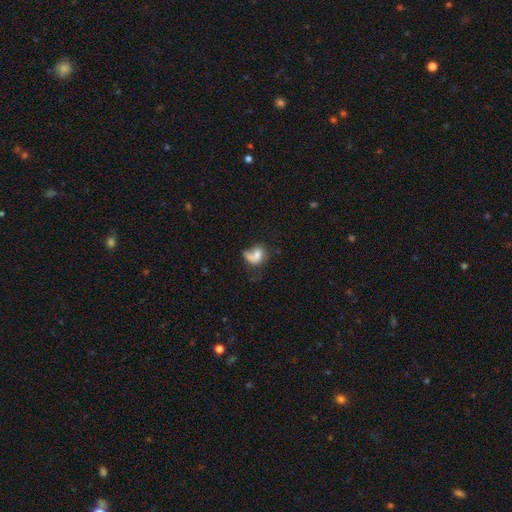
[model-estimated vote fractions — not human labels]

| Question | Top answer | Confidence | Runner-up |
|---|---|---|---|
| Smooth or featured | smooth | 60% | featured or disk (30%) |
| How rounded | in between | 65% | round (33%) |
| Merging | major disturbance | 32% | none (29%) |